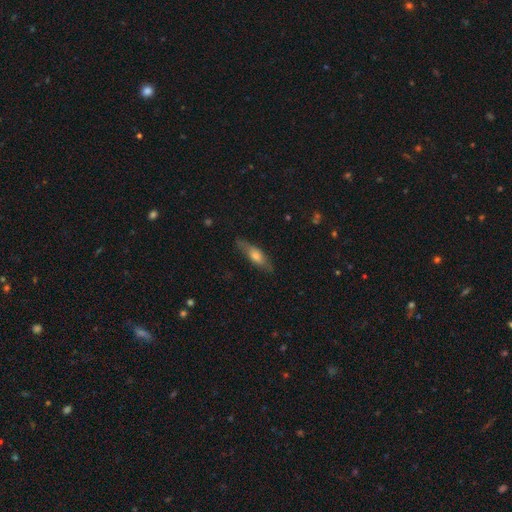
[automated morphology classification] Smooth or featured? Predicted: smooth (p=0.57). How rounded? Predicted: cigar-shaped (p=0.57). Merging? Predicted: none (p=0.79).